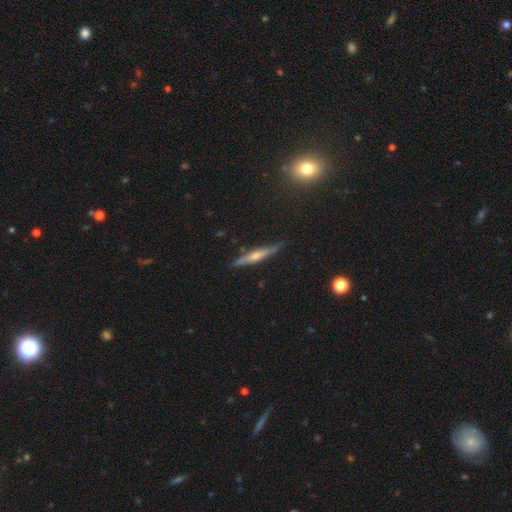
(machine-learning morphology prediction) This appears to be a featured or disk galaxy (67%) viewed edge-on (96%) with a rounded central bulge (73%). Merging: none (87%).